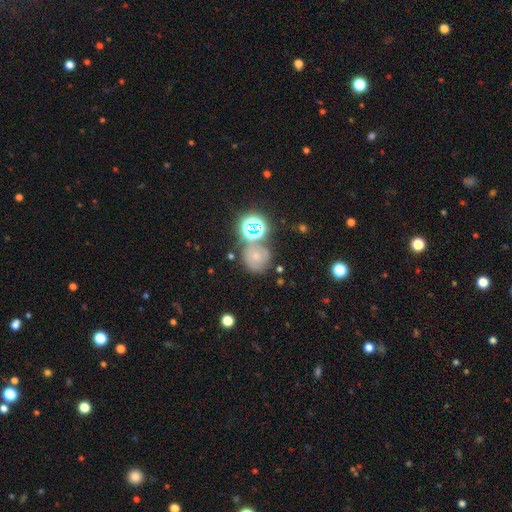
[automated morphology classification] Smooth or featured?
  - smooth: 49% *
  - star or artifact: 27%
  - featured or disk: 24%
Merging?
  - none: 59% *
  - merger: 18%
  - minor disturbance: 16%
  - major disturbance: 7%